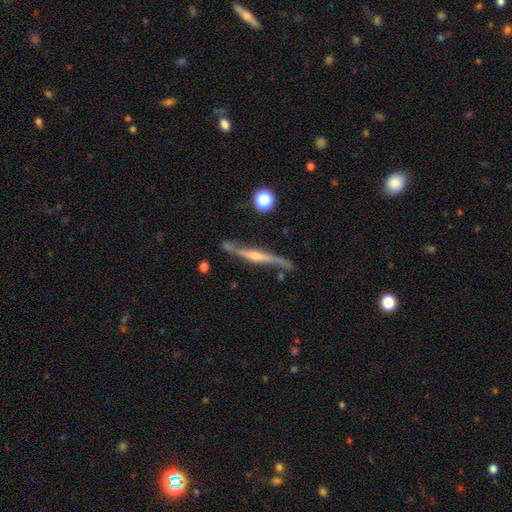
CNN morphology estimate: type=featured or disk (81%); edge-on=yes (83%); edge-on bulge=rounded (69%); merging=none (68%).